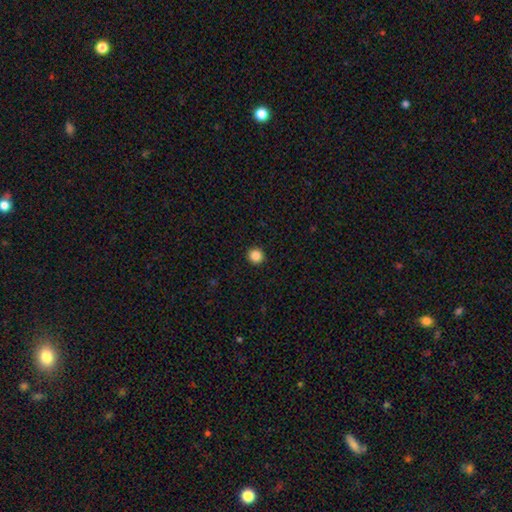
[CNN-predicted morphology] Smooth or featured? Predicted: smooth (p=0.86). How rounded? Predicted: round (p=0.93). Merging? Predicted: none (p=0.93).